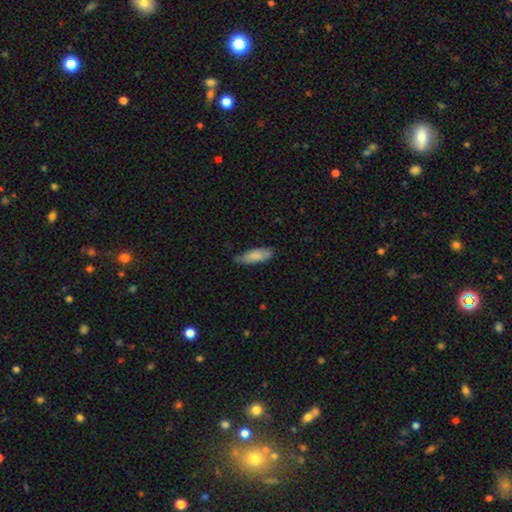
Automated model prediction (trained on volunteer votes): A smooth galaxy with no disk features (82%) that is in between round and cigar-shaped (65%).

Vote fractions:
- Smooth or featured? smooth: 82% / featured or disk: 12% / star or artifact: 6%
- How rounded? in between: 65% / cigar-shaped: 34% / round: 2%
- Merging? none: 61% / minor disturbance: 32% / major disturbance: 5% / merger: 2%